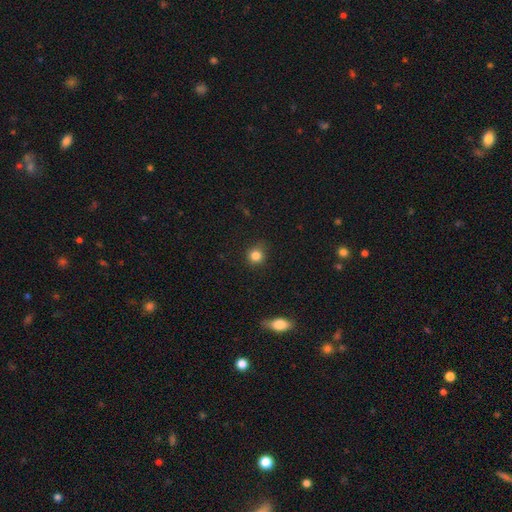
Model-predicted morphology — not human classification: smooth 83%, star or artifact 12%, featured or disk 5%. Down the decision tree: how rounded — round (90%); merging — none (82%).